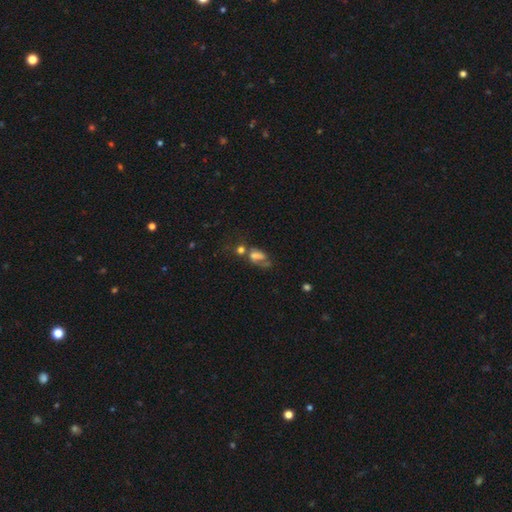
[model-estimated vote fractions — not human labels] Smooth or featured?
  - smooth: 50% *
  - featured or disk: 31%
  - star or artifact: 20%
Merging?
  - merger: 32% *
  - major disturbance: 27%
  - none: 24%
  - minor disturbance: 16%